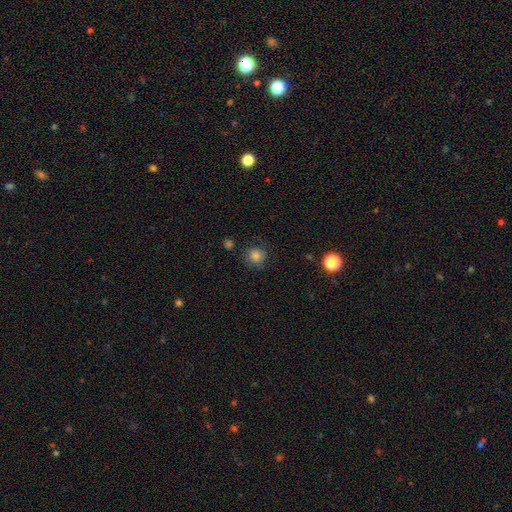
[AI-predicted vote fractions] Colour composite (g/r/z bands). It shows a smooth galaxy with no disk features (81%) that is round (89%). Merging: none (79%).